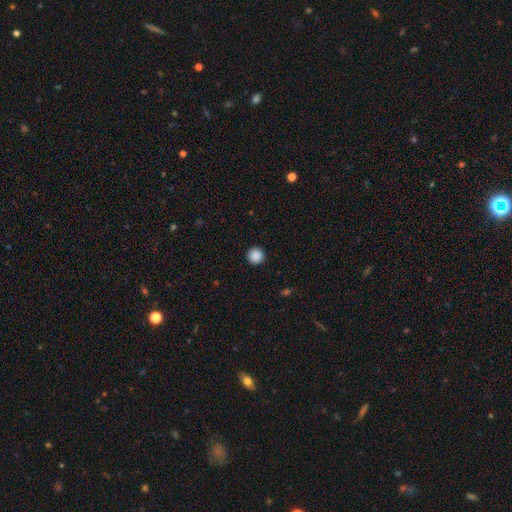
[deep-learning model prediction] smooth 88%, star or artifact 10%, featured or disk 2%. Down the decision tree: how rounded — round (96%); merging — none (93%).